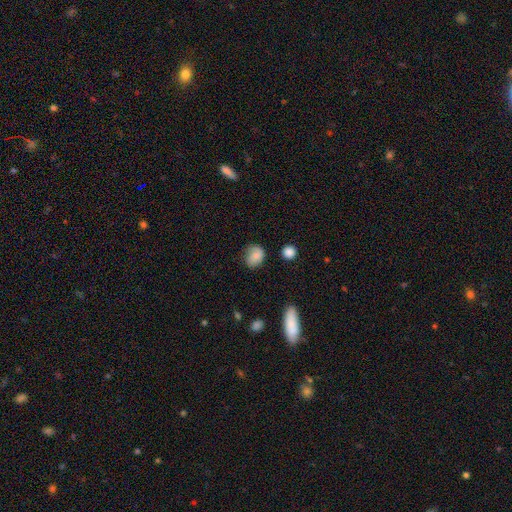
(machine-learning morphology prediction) This appears to be a smooth galaxy with no disk features (76%) that is round (53%). Merging: none (63%).